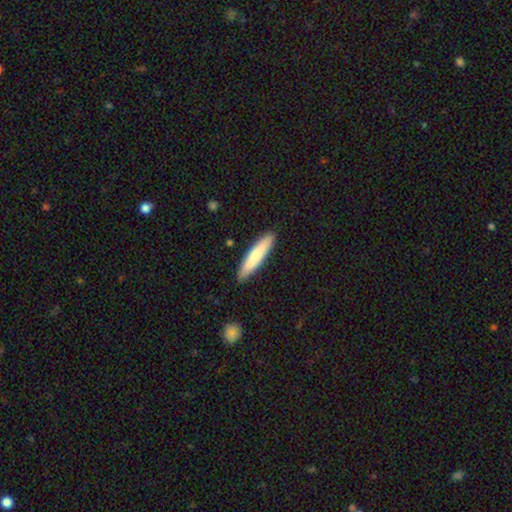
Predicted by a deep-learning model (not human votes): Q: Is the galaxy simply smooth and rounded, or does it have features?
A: smooth — 75%.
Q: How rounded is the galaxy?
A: cigar-shaped — 84%.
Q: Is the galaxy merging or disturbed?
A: none — 90%.